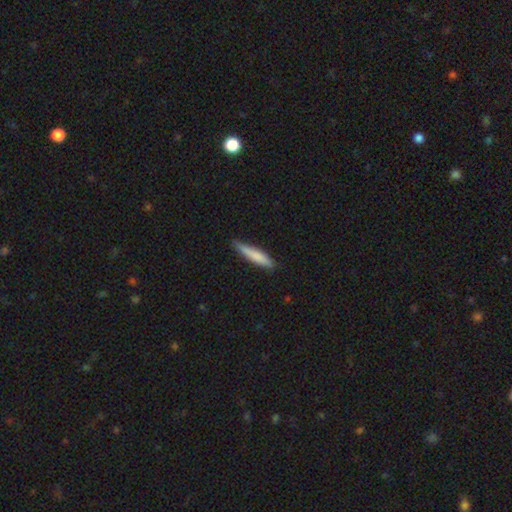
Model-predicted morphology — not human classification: A smooth galaxy with no disk features (76%) that is cigar-shaped (90%).

Vote fractions:
- Smooth or featured? smooth: 76% / featured or disk: 19% / star or artifact: 5%
- How rounded? cigar-shaped: 90% / in between: 9% / round: 1%
- Merging? none: 78% / minor disturbance: 18% / major disturbance: 2% / merger: 1%